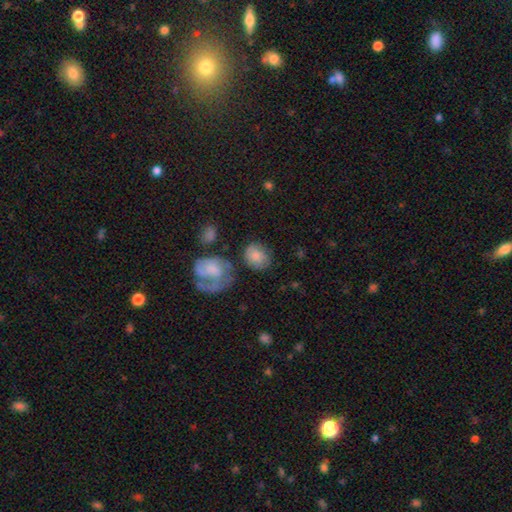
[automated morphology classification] smooth_or_featured: smooth (p=0.75) [alt: featured or disk p=0.18]
how_rounded: round (p=0.55) [alt: in between p=0.43]
merging: none (p=0.63) [alt: minor disturbance p=0.19]